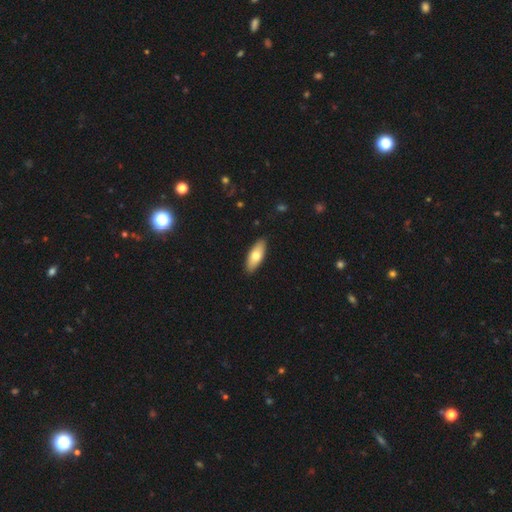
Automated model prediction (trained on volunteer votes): Morphology: type=smooth (70%); roundness=in between (73%); merging=none (90%).